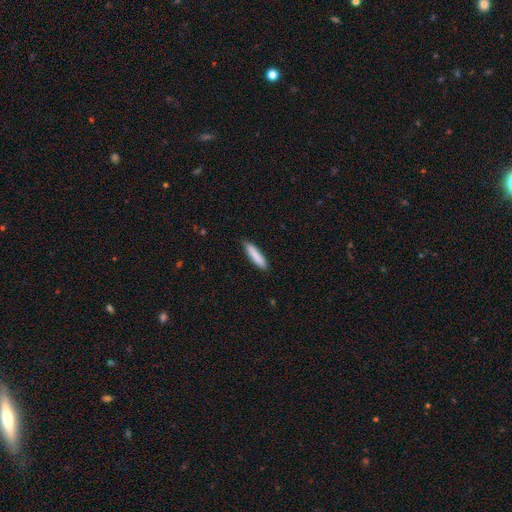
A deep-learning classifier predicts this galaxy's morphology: This is clearly a smooth galaxy (86%). How rounded: clearly cigar-shaped (85%). Merging: clearly none (86%).